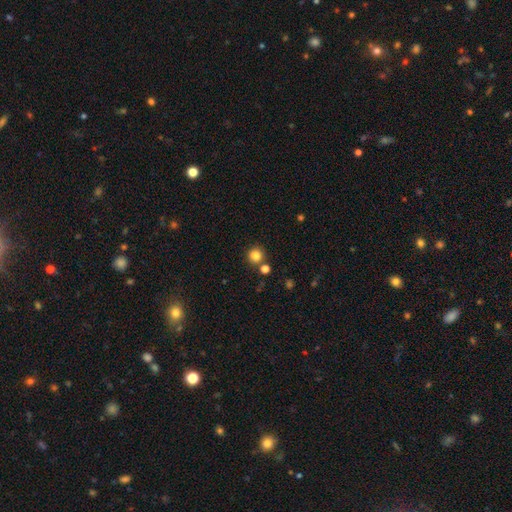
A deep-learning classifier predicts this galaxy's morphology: Smooth or featured: smooth — 83% (star or artifact — 12%)
How rounded: round — 92% (in between — 7%)
Merging: none — 78% (merger — 11%)